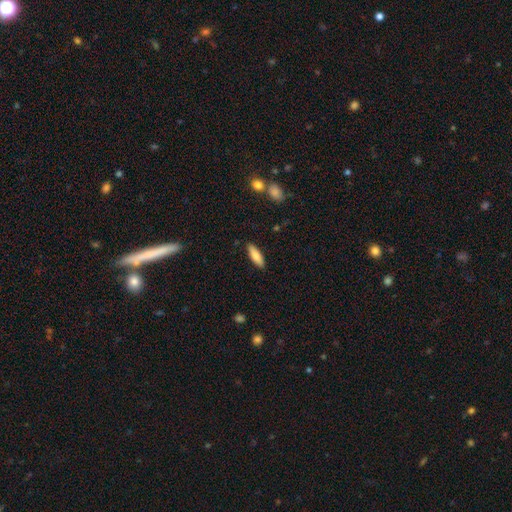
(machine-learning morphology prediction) Overall: smooth (82%). How rounded: in between (51%; cigar-shaped 48%). Merging: none (88%).